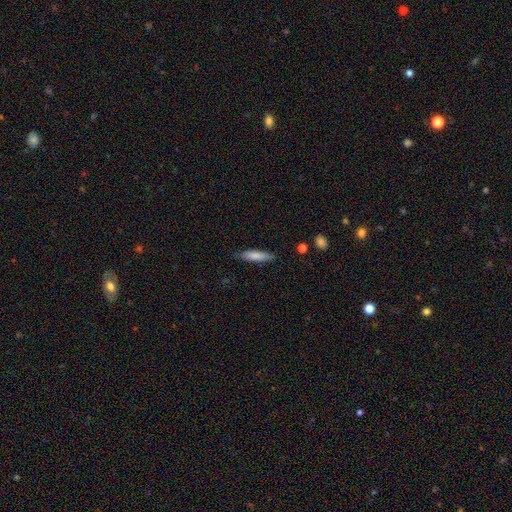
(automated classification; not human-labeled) The model was most divided on "how rounded": cigar-shaped: 71%, in between: 28%, round: 1%. More confident: merging — none (80%); smooth or featured — smooth (79%).